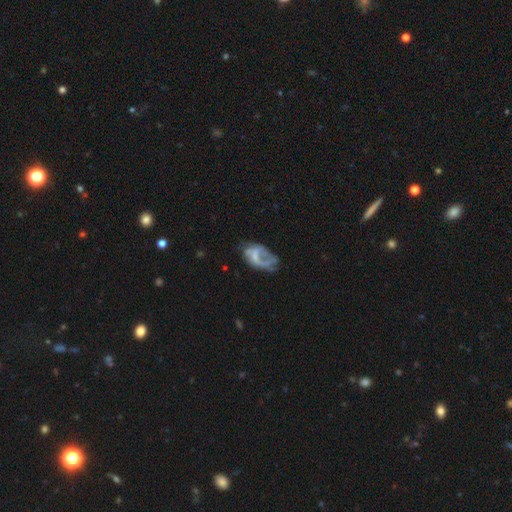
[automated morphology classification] Overall: featured or disk (61%; smooth 30%). Edge-on disk: no (97%). Bar: no (53%; weak 34%). Spiral arms: yes (53%; no 47%). Bulge size: none (56%; small 24%). Merging: major disturbance (37%; none 33%).